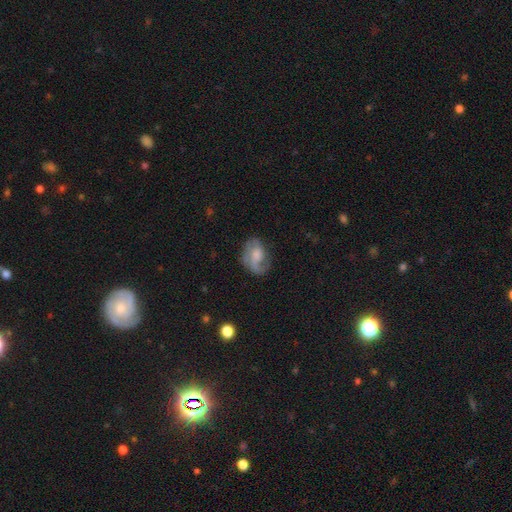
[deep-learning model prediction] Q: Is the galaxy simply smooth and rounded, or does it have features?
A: featured or disk — 58%.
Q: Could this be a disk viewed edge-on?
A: no — 97%.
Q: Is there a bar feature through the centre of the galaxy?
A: no — 61%.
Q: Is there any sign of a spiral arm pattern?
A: yes — 81%.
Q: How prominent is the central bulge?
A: moderate — 37%.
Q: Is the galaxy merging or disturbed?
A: none — 57%.